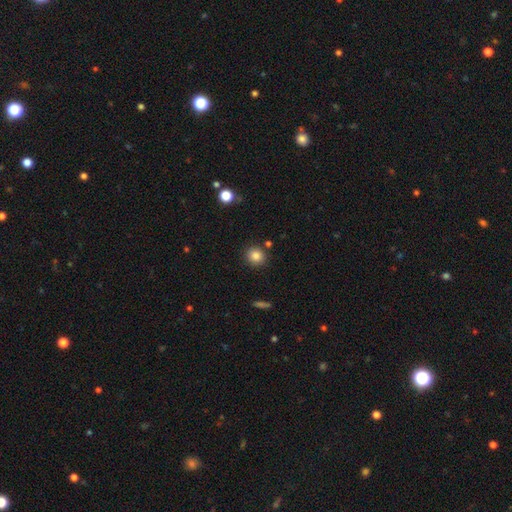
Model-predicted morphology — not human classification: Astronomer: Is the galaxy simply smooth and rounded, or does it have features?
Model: smooth — 84%.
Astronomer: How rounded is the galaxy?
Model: round — 87%.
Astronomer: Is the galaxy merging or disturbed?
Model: none — 86%.